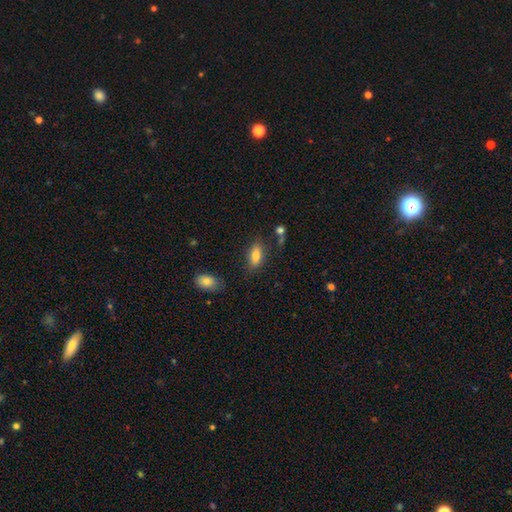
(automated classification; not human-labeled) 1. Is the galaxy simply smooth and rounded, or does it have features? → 78% smooth, 13% featured or disk, 8% star or artifact.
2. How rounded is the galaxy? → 84% in between, 12% cigar-shaped, 4% round.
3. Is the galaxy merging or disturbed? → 75% none, 15% minor disturbance, 5% merger, 4% major disturbance.